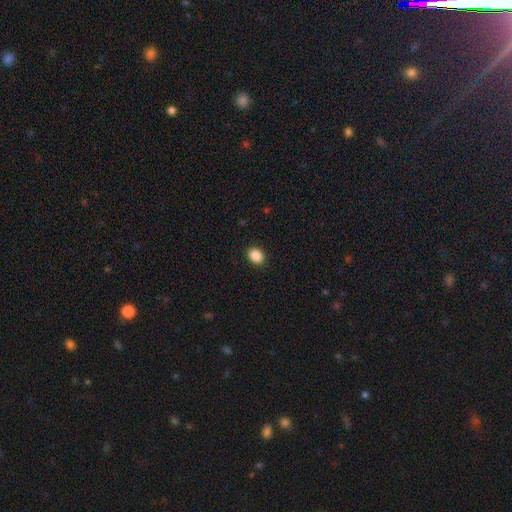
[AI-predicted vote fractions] Smooth or featured?
  - smooth: 88% *
  - star or artifact: 9%
  - featured or disk: 3%
How rounded?
  - in between: 59% *
  - round: 40%
  - cigar-shaped: 1%
Merging?
  - none: 91% *
  - minor disturbance: 6%
  - major disturbance: 2%
  - merger: 1%